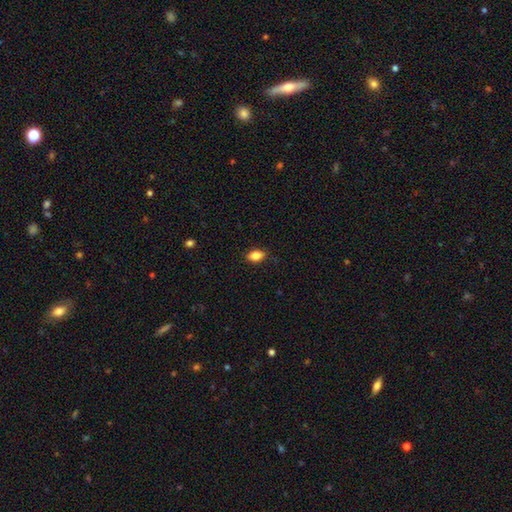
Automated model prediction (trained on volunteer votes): smooth_or_featured: smooth (p=0.82) [alt: star or artifact p=0.09]
how_rounded: in between (p=0.84) [alt: round p=0.12]
merging: none (p=0.84) [alt: minor disturbance p=0.12]